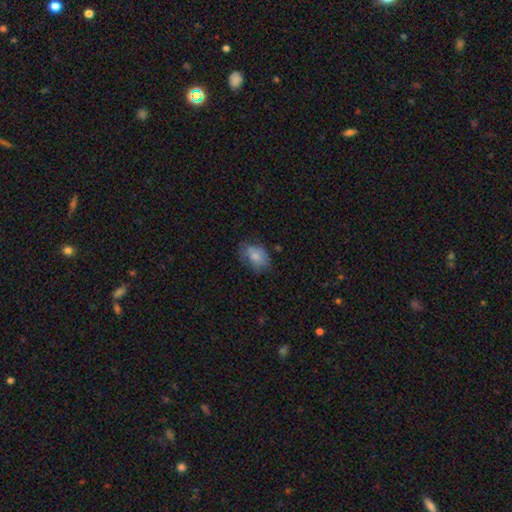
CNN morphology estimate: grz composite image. It shows a smooth galaxy with no disk features (78%) that is in between round and cigar-shaped (75%). Merging: none (60%).